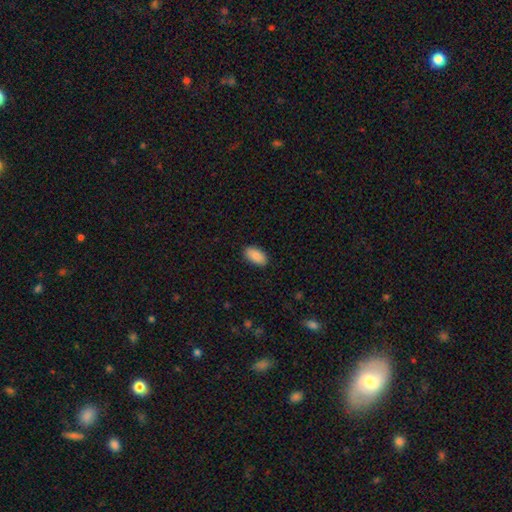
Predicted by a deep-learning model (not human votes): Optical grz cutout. It shows a smooth galaxy with no disk features (89%) that is in between round and cigar-shaped (95%). Merging: none (89%).